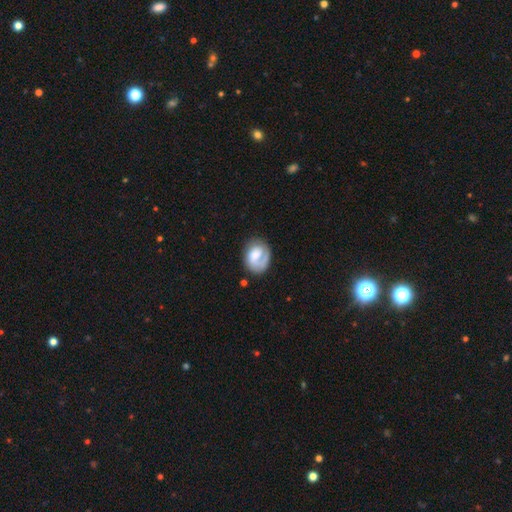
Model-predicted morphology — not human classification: type=featured or disk (51%); edge-on=no (98%); merging=none (63%).